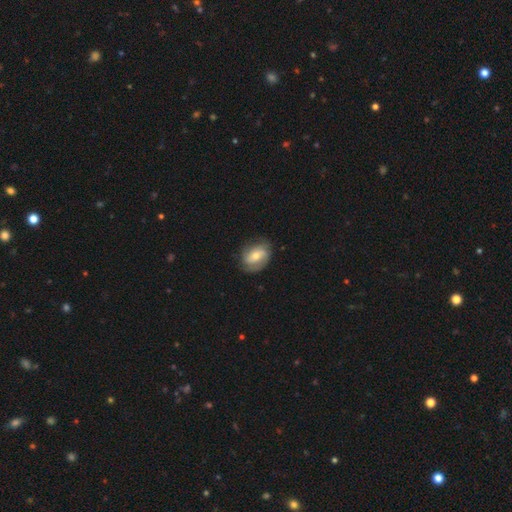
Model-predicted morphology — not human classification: Overall: featured or disk (58%; smooth 36%). Edge-on disk: no (96%). Bar: no (41%; weak 40%). Spiral arms: yes (80%). Bulge size: moderate (54%; small 40%). Merging: none (73%).